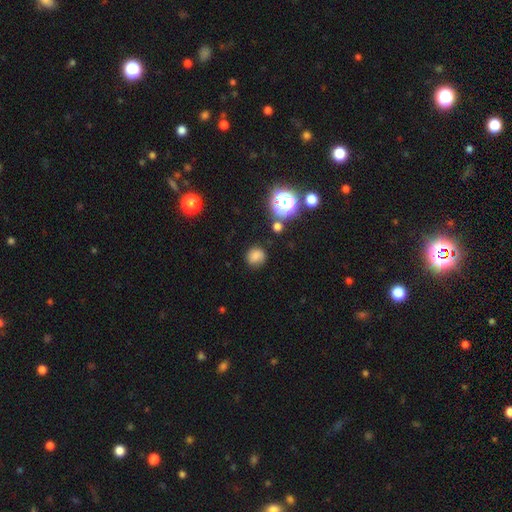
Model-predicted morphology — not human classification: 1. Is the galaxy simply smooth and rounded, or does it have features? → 73% smooth, 16% star or artifact, 11% featured or disk.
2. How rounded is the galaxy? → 80% round, 19% in between, 1% cigar-shaped.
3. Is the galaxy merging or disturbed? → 77% none, 15% minor disturbance, 5% major disturbance, 3% merger.